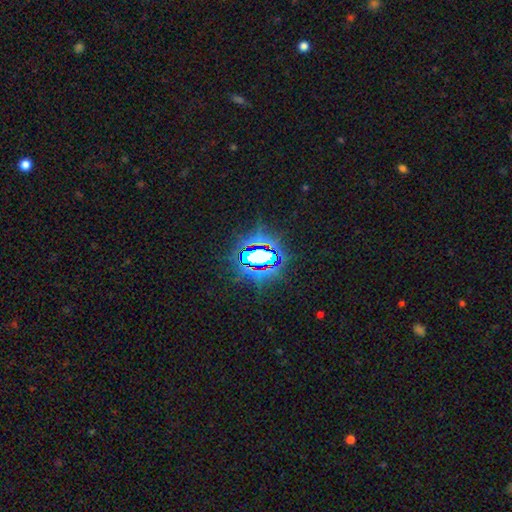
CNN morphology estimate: smooth_or_featured: star or artifact (p=0.76) [alt: smooth p=0.14]